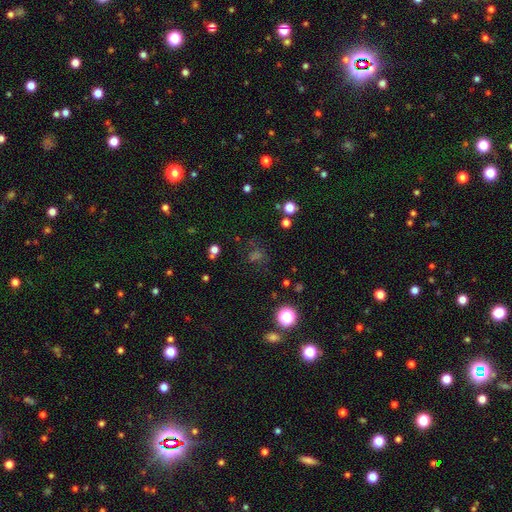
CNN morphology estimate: Overall: star or artifact (47%; smooth 41%).